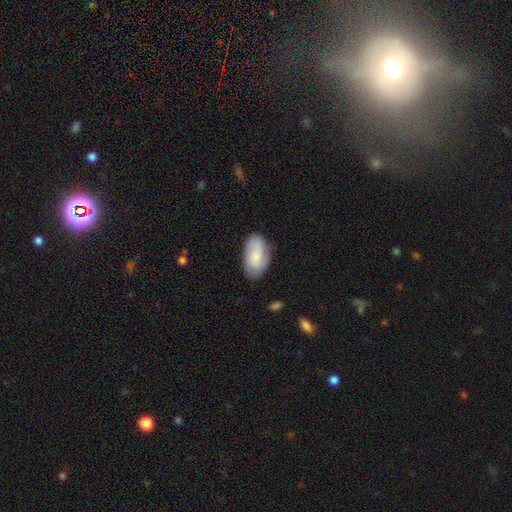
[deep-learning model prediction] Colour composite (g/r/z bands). It shows a smooth galaxy with no disk features (71%) that is in between round and cigar-shaped (94%). Merging: none (72%).